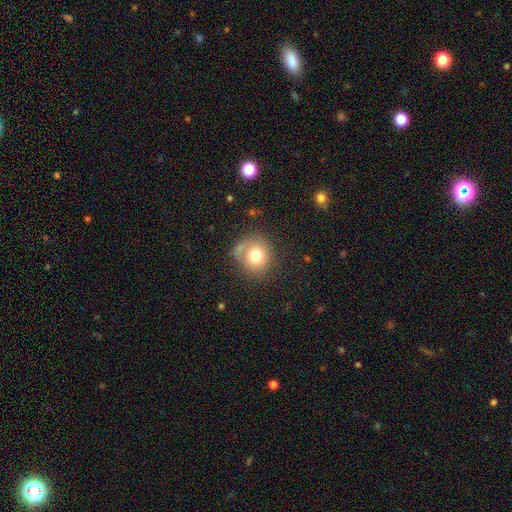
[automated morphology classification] smooth-or-featured: smooth: 74% | featured or disk: 15% | star or artifact: 10%
  how-rounded: round: 86% | in between: 13% | cigar-shaped: 1%
  merging: none: 63% | minor disturbance: 19% | major disturbance: 10% | merger: 8%